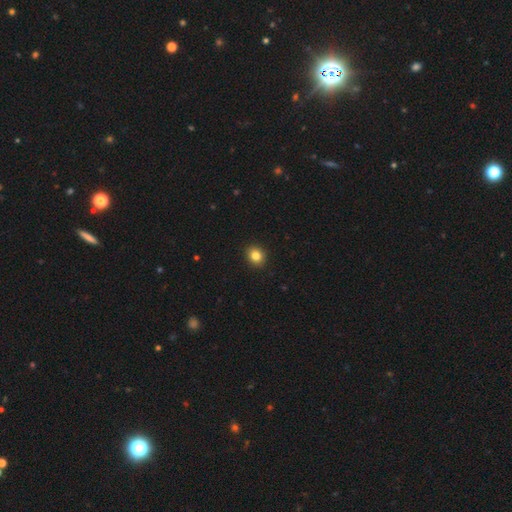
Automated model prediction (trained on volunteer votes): Smooth or featured?
  - smooth: 84% *
  - star or artifact: 11%
  - featured or disk: 5%
How rounded?
  - round: 70% *
  - in between: 30%
  - cigar-shaped: 1%
Merging?
  - none: 92% *
  - minor disturbance: 6%
  - major disturbance: 2%
  - merger: 1%